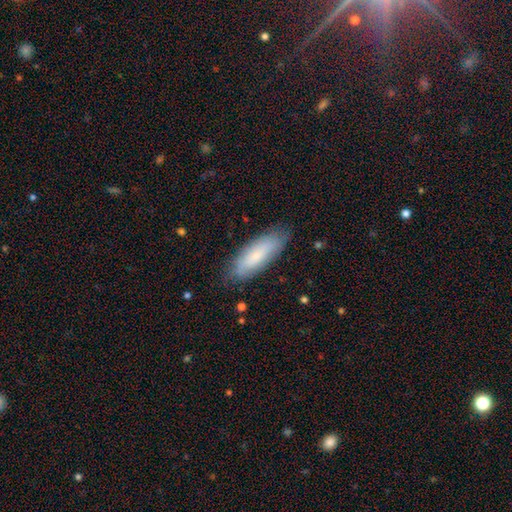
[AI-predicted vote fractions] Smooth or featured: smooth — 69% (featured or disk — 24%)
How rounded: in between — 63% (cigar-shaped — 35%)
Merging: none — 80% (minor disturbance — 15%)